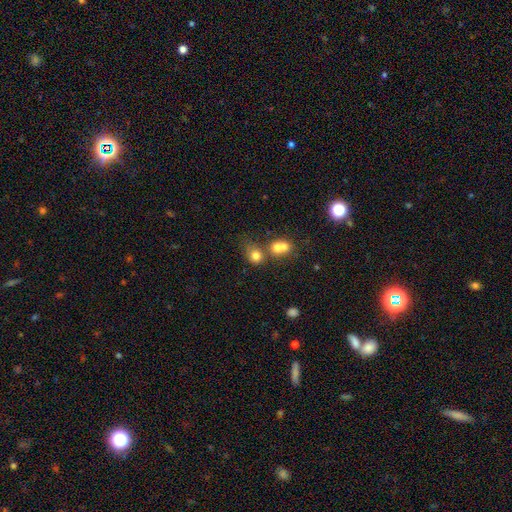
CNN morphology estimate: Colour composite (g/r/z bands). It shows a smooth galaxy with no disk features (75%) that is round (71%). Merging: merger (49%).